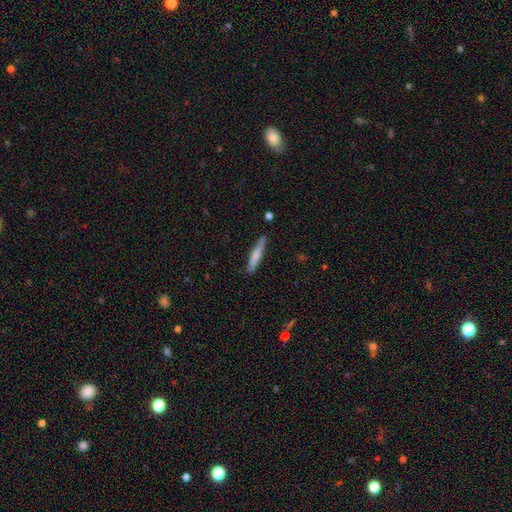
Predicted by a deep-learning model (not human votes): The model was most divided on "smooth or featured": smooth: 64%, featured or disk: 30%, star or artifact: 6%. More confident: how rounded — cigar-shaped (93%); merging — none (87%).